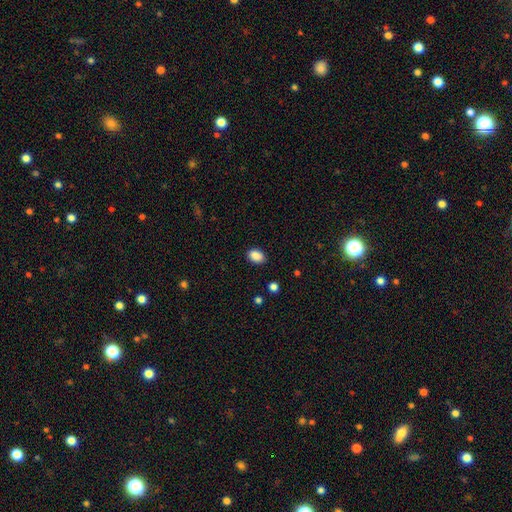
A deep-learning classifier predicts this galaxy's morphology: A smooth galaxy with no disk features (89%) that is in between round and cigar-shaped (78%).

Vote fractions:
- Smooth or featured? smooth: 89% / star or artifact: 8% / featured or disk: 3%
- How rounded? in between: 78% / round: 20% / cigar-shaped: 1%
- Merging? none: 87% / minor disturbance: 10% / major disturbance: 2% / merger: 1%